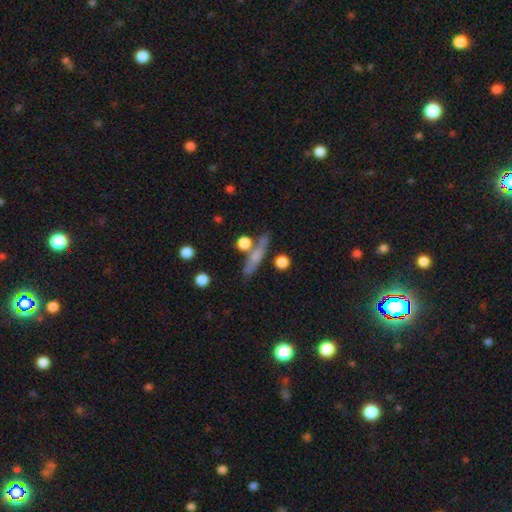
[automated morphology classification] smooth-or-featured: smooth: 55% | featured or disk: 35% | star or artifact: 10%
  how-rounded: cigar-shaped: 78% | in between: 13% | round: 8%
  merging: none: 71% | minor disturbance: 13% | merger: 11% | major disturbance: 5%